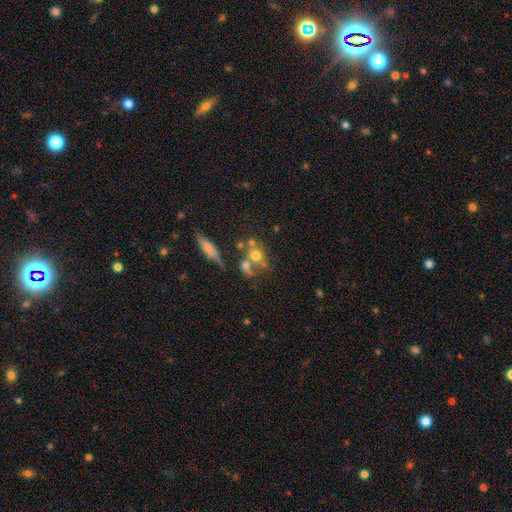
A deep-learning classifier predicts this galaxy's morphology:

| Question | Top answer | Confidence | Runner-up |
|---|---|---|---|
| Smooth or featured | smooth | 63% | featured or disk (23%) |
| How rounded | round | 66% | in between (29%) |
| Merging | merger | 41% | none (40%) |